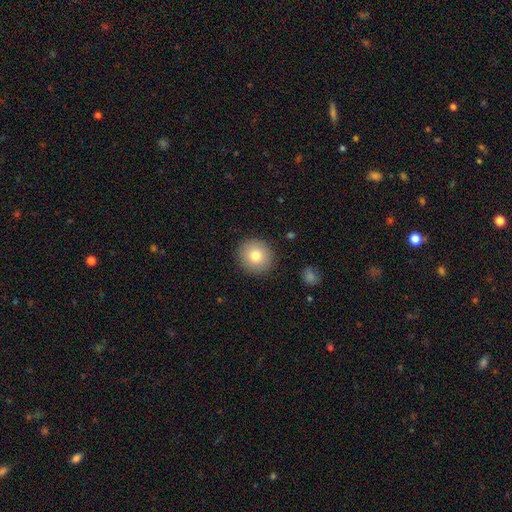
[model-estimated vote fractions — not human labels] Smooth or featured: smooth — 79% (featured or disk — 11%)
How rounded: round — 92% (in between — 7%)
Merging: none — 90% (minor disturbance — 7%)